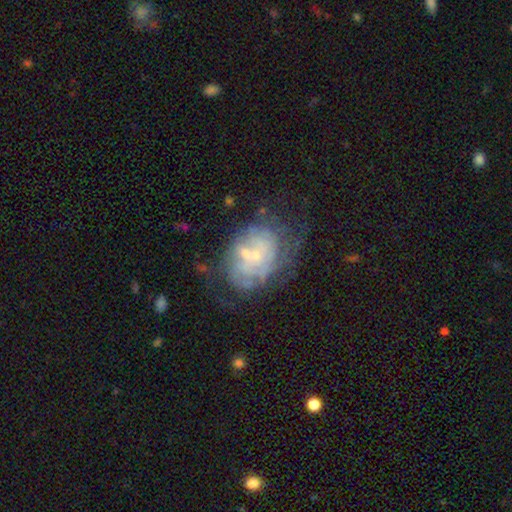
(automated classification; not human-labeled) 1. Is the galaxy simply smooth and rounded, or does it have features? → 66% featured or disk, 24% smooth, 10% star or artifact.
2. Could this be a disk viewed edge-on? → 97% no, 3% yes.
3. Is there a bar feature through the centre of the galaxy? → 78% no, 18% weak, 4% strong.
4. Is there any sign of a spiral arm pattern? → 53% yes, 47% no.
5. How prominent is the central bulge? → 68% small, 19% moderate, 9% none, 2% large, 1% dominant.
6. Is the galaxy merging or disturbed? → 45% none, 24% minor disturbance, 20% major disturbance, 11% merger.